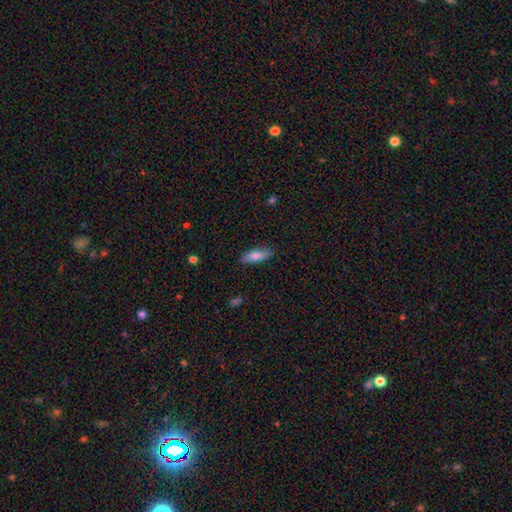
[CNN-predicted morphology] This appears to be a smooth galaxy with no disk features (80%) that is in between round and cigar-shaped (62%). Merging: none (85%).